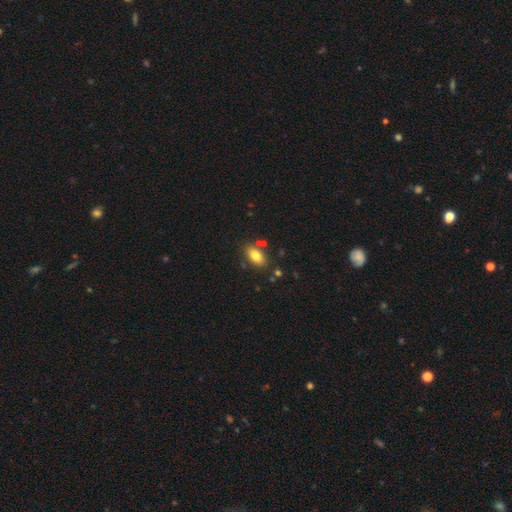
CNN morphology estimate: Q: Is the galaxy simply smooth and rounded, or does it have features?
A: smooth — 82%.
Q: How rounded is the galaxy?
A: in between — 91%.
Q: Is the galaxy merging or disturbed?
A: none — 79%.